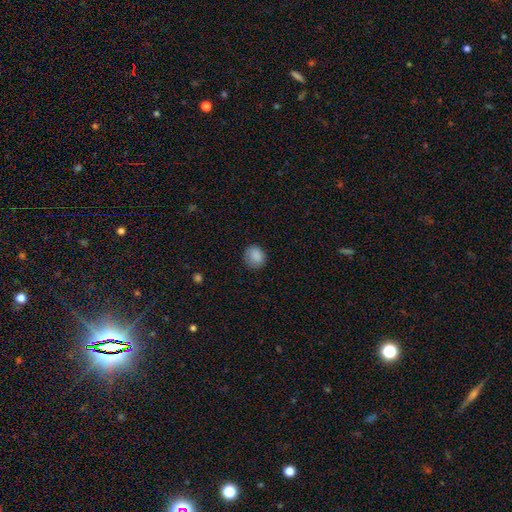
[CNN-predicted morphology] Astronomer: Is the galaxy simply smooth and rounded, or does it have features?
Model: smooth — 87%.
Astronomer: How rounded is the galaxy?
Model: round — 71%.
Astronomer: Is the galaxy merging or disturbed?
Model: none — 79%.